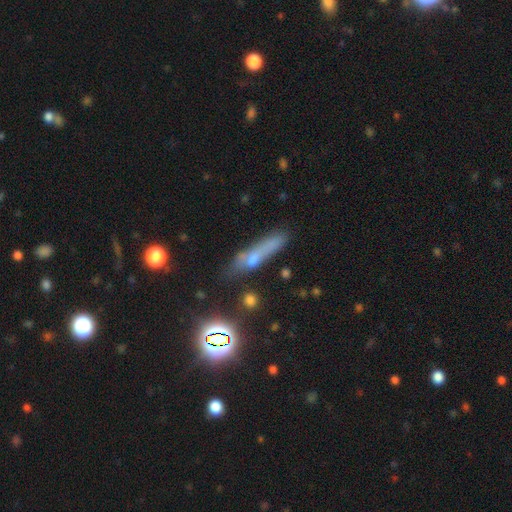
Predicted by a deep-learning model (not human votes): smooth 54%, featured or disk 27%, star or artifact 19%. Down the decision tree: how rounded — cigar-shaped (78%); merging — none (55%).